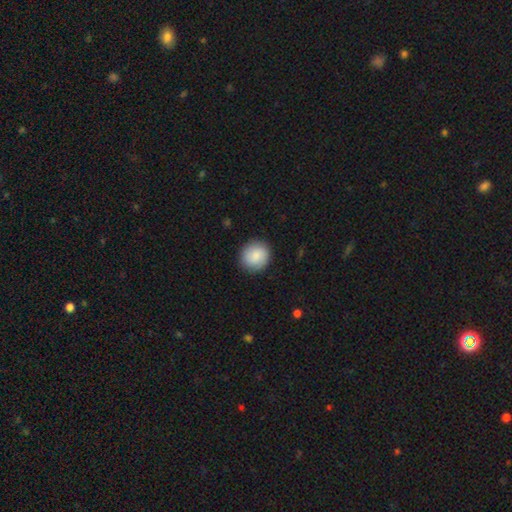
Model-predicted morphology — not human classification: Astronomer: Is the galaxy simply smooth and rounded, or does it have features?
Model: smooth — 85%.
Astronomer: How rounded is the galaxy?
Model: round — 86%.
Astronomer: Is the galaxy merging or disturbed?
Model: none — 88%.